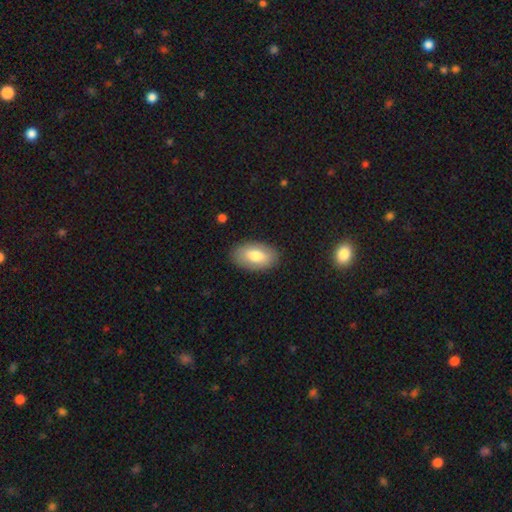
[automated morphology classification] Overall: smooth (75%). How rounded: in between (93%). Merging: none (86%).